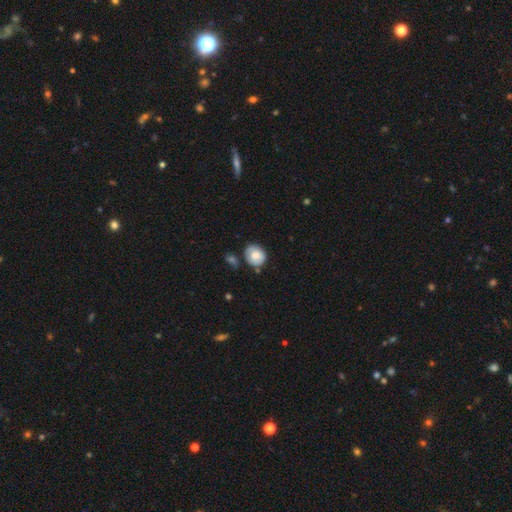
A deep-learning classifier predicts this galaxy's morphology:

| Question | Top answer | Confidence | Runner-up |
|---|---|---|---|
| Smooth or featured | smooth | 72% | featured or disk (20%) |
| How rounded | round | 70% | in between (29%) |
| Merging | none | 60% | minor disturbance (24%) |